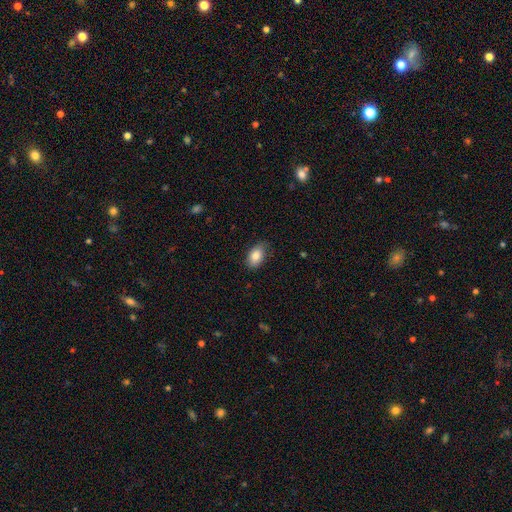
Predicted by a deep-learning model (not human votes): Overall: smooth (83%). How rounded: in between (90%). Merging: none (76%).